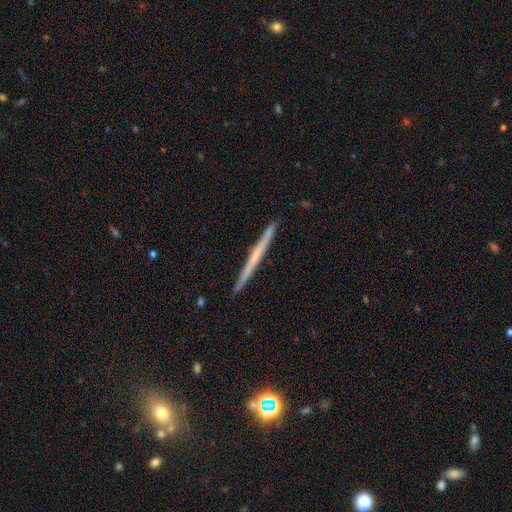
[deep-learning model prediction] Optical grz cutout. It shows a featured or disk galaxy (58%) viewed edge-on (98%) with no central bulge (81%). Merging: none (92%).